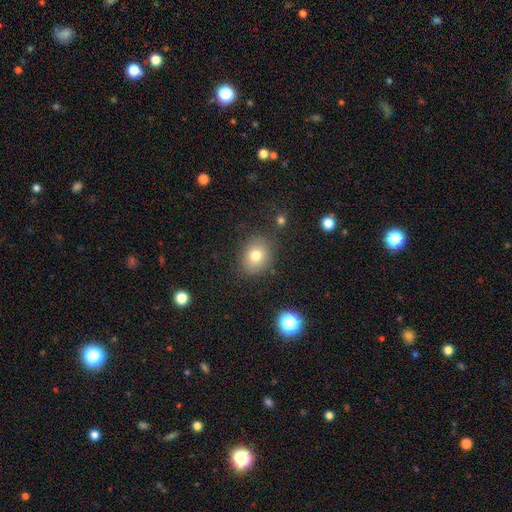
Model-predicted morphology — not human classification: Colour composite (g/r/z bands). It shows a smooth galaxy with no disk features (76%) that is round (59%). Merging: none (82%).